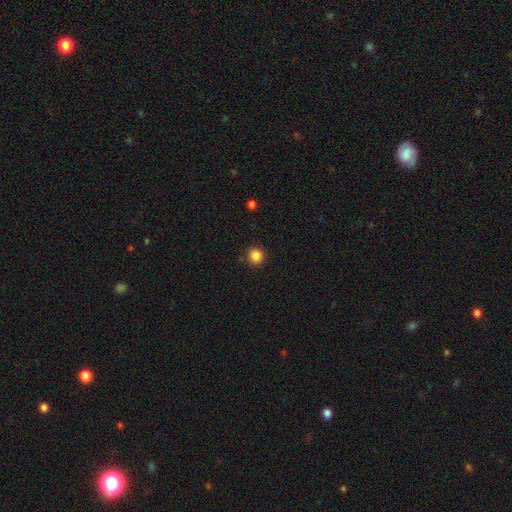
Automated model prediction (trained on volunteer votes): Smooth or featured? Predicted: smooth (p=0.85). How rounded? Predicted: round (p=0.95). Merging? Predicted: none (p=0.91).